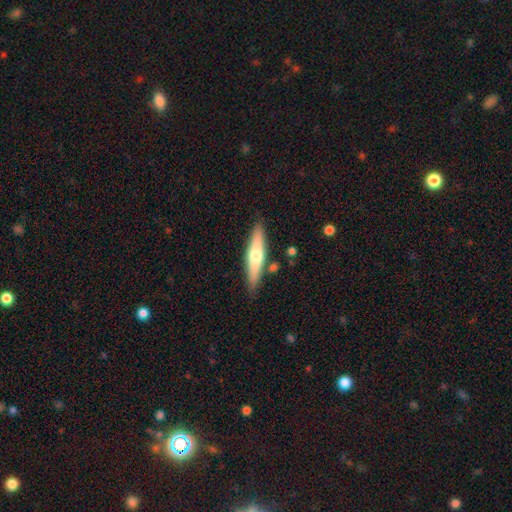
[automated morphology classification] This appears to be a smooth galaxy with no disk features (48%). Merging: none (85%).